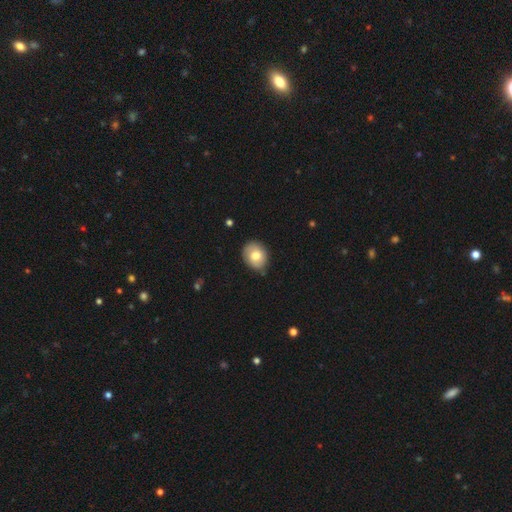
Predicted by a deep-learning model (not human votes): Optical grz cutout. It shows a smooth galaxy with no disk features (73%) that is in between round and cigar-shaped (51%). Merging: none (76%).